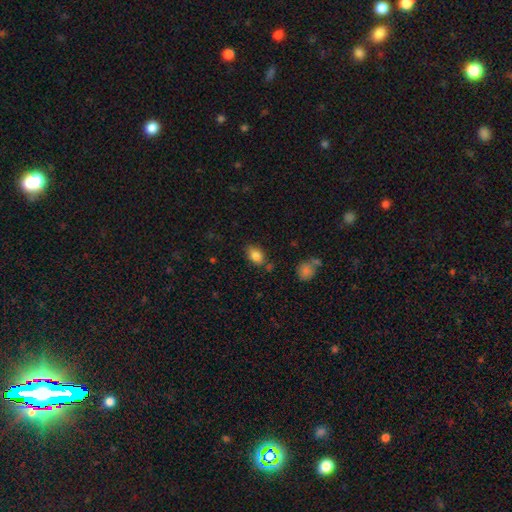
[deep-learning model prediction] smooth 85%, star or artifact 9%, featured or disk 6%. Down the decision tree: how rounded — in between (81%); merging — none (73%).